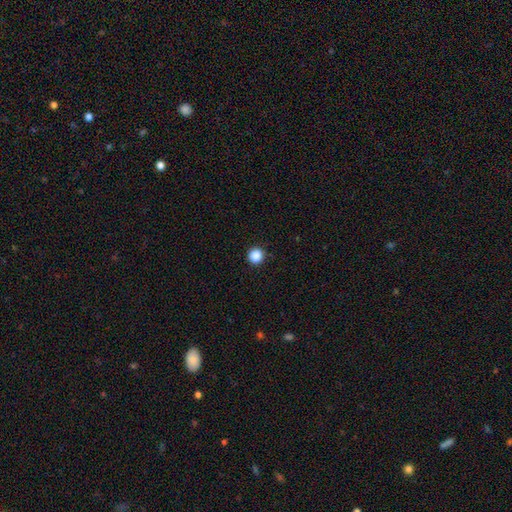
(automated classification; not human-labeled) A smooth galaxy with no disk features (88%) that is round (95%). Merging: none (92%).